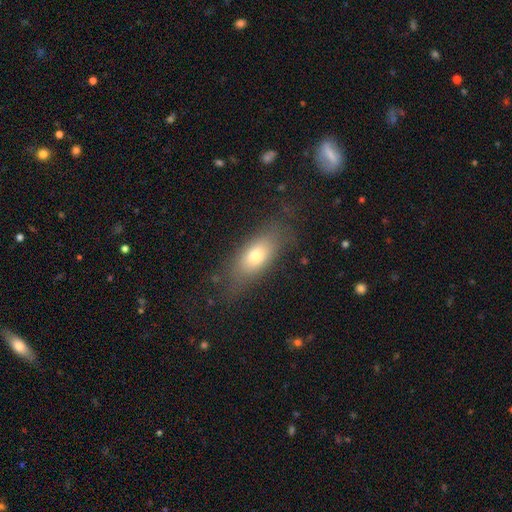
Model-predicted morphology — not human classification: This is likely a smooth galaxy (72%). How rounded: likely in between (77%). Merging: likely none (74%).